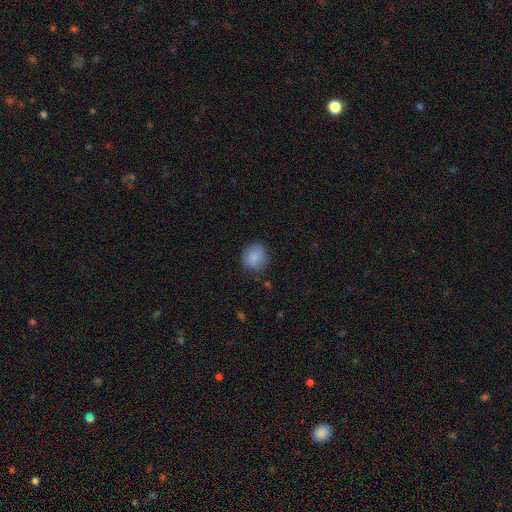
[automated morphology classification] smooth_or_featured: smooth (p=0.87) [alt: star or artifact p=0.08]
how_rounded: round (p=0.80) [alt: in between p=0.19]
merging: none (p=0.82) [alt: minor disturbance p=0.14]